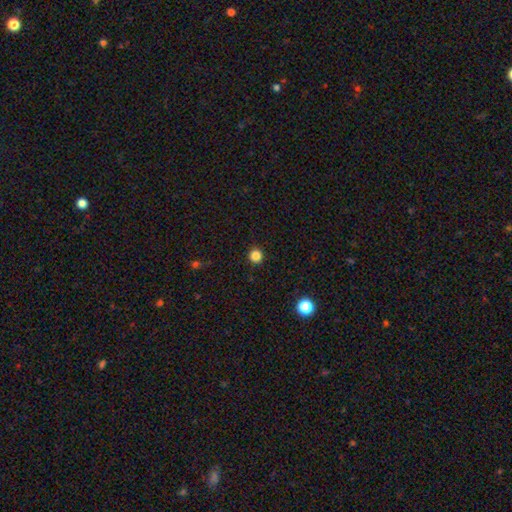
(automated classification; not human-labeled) Smooth or featured? Predicted: smooth (p=0.84). How rounded? Predicted: round (p=0.95). Merging? Predicted: none (p=0.93).